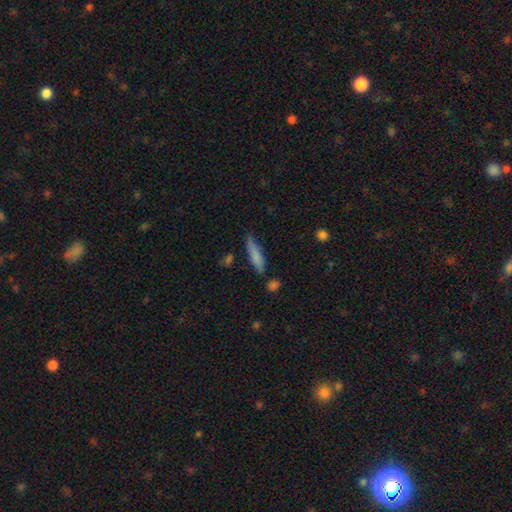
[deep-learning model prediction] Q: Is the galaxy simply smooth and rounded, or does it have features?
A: smooth — 78%.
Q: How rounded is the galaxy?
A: cigar-shaped — 72%.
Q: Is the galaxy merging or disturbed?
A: none — 67%.